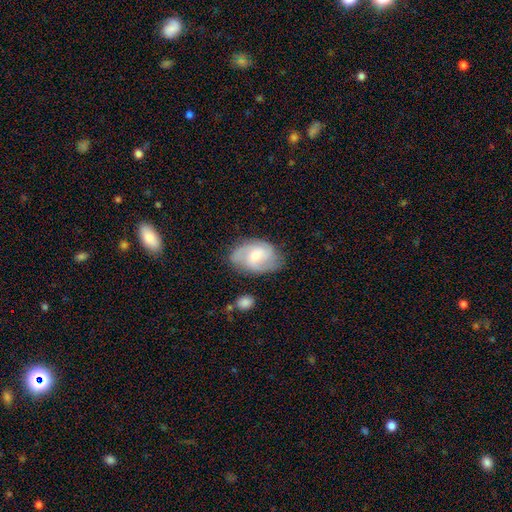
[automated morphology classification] smooth_or_featured: featured or disk (p=0.69) [alt: smooth p=0.24]
disk_edge_on: no (p=0.96) [alt: yes p=0.04]
bar: no (p=0.56) [alt: weak p=0.37]
has_spiral_arms: yes (p=0.91) [alt: no p=0.09]
spiral_winding: medium (p=0.45) [alt: tight p=0.38]
spiral_arm_count: 2 (p=0.43) [alt: 3 p=0.26]
bulge_size: moderate (p=0.57) [alt: small p=0.39]
merging: none (p=0.70) [alt: minor disturbance p=0.22]